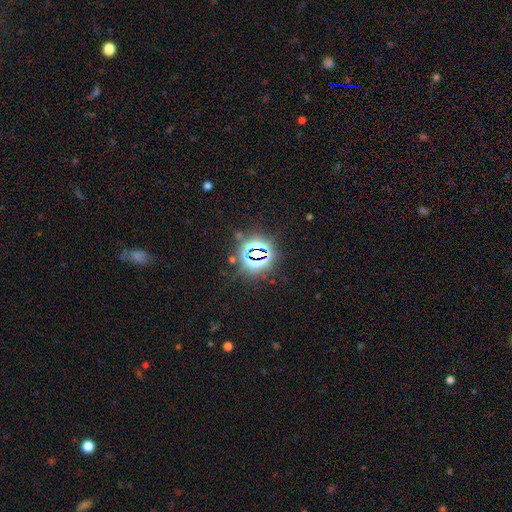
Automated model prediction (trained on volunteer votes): A star or artifact, not a galaxy (79%).

Vote fractions:
- Smooth or featured? star or artifact: 79% / smooth: 12% / featured or disk: 8%